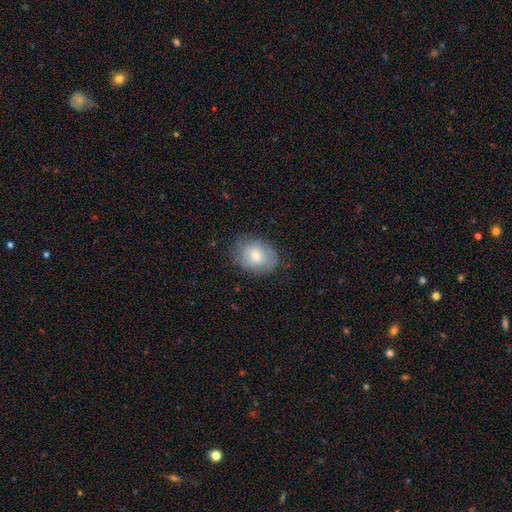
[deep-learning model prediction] This appears to be a smooth galaxy with no disk features (72%) that is in between round and cigar-shaped (60%). Merging: none (75%).